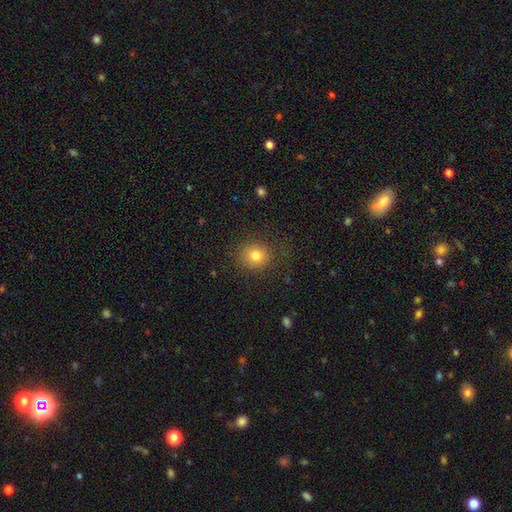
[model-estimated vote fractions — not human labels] A smooth galaxy with no disk features (79%) that is round (84%).

Vote fractions:
- Smooth or featured? smooth: 79% / star or artifact: 13% / featured or disk: 8%
- How rounded? round: 84% / in between: 15% / cigar-shaped: 1%
- Merging? none: 85% / minor disturbance: 10% / major disturbance: 4% / merger: 1%